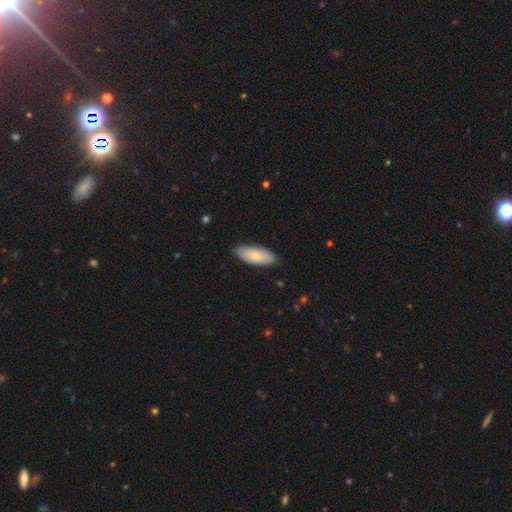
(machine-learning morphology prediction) A smooth galaxy with no disk features (73%) that is in between round and cigar-shaped (83%).

Vote fractions:
- Smooth or featured? smooth: 73% / featured or disk: 22% / star or artifact: 5%
- How rounded? in between: 83% / cigar-shaped: 14% / round: 2%
- Merging? none: 82% / minor disturbance: 15% / major disturbance: 2% / merger: 1%